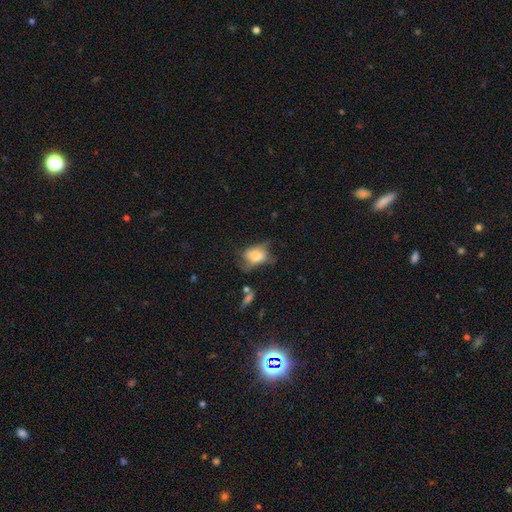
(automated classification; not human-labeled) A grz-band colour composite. It shows a smooth galaxy with no disk features (58%) that is in between round and cigar-shaped (77%). Merging: none (39%).